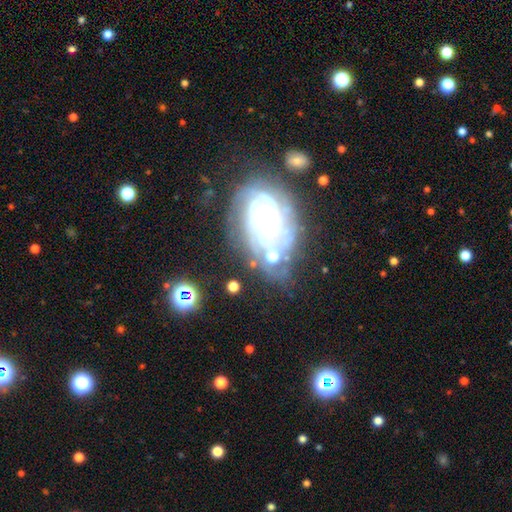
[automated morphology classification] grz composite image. It shows a featured or disk galaxy (72%) with no bar (62%), tight (69%) spiral arms (85%) and a moderate central bulge (45%). Merging: none (60%).